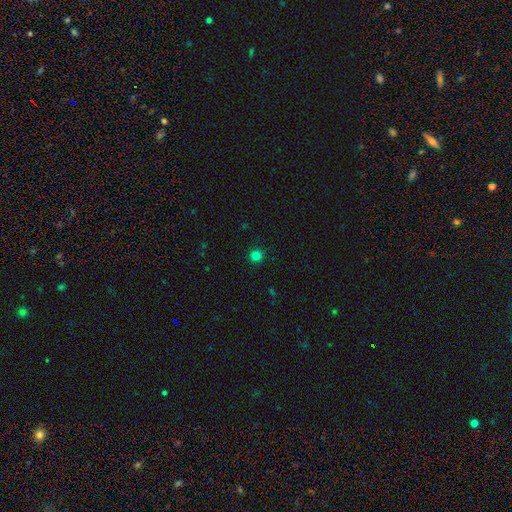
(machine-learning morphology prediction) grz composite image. It shows a smooth galaxy with no disk features (81%) that is round (95%). Merging: none (93%).